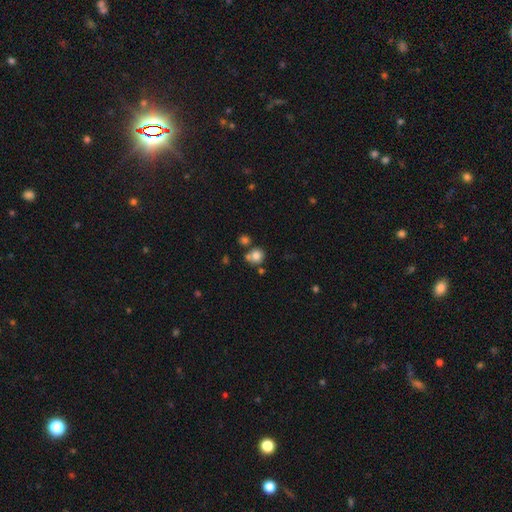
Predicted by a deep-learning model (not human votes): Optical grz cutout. It shows a smooth galaxy with no disk features (79%) that is round (86%). Merging: none (59%).